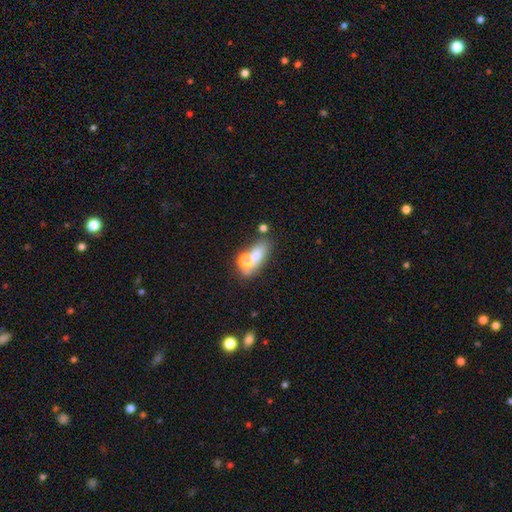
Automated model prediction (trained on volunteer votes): A smooth galaxy with no disk features (63%) that is in between round and cigar-shaped (65%). Merging: merger (50%).